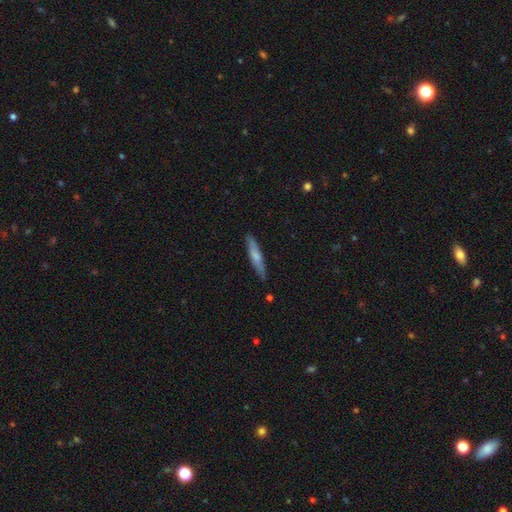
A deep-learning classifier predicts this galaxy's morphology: A smooth galaxy with no disk features (64%) that is cigar-shaped (89%).

Vote fractions:
- Smooth or featured? smooth: 64% / featured or disk: 31% / star or artifact: 5%
- How rounded? cigar-shaped: 89% / in between: 10% / round: 1%
- Merging? none: 85% / minor disturbance: 12% / major disturbance: 2% / merger: 1%